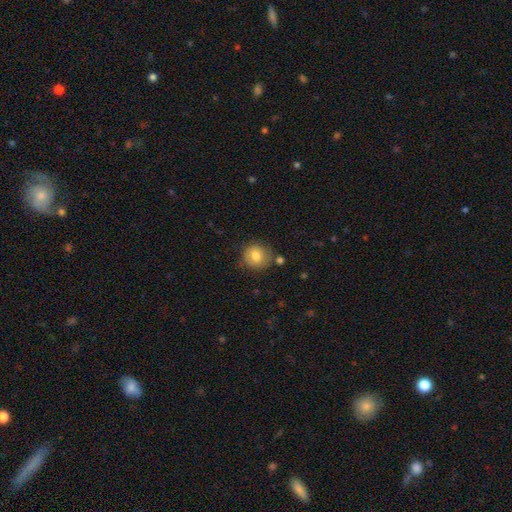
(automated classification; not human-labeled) Smooth or featured: smooth — 78% (featured or disk — 13%)
How rounded: round — 86% (in between — 13%)
Merging: none — 78% (minor disturbance — 14%)